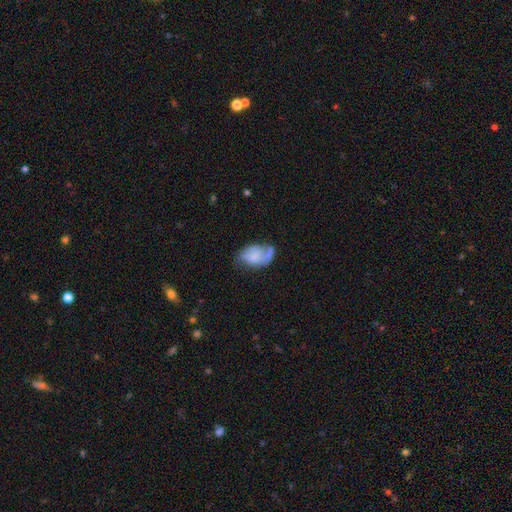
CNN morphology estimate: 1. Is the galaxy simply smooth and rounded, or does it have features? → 53% smooth, 38% featured or disk, 9% star or artifact.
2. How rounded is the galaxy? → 87% in between, 11% round, 1% cigar-shaped.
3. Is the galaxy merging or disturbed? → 34% none, 31% minor disturbance, 19% major disturbance, 16% merger.